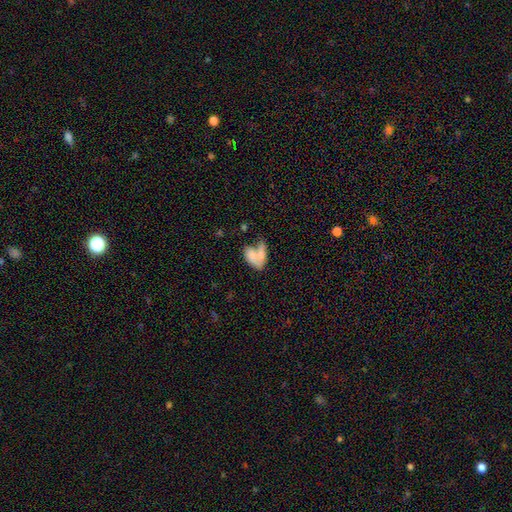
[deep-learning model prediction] smooth_or_featured: smooth (p=0.70) [alt: featured or disk p=0.22]
how_rounded: in between (p=0.86) [alt: round p=0.09]
merging: merger (p=0.60) [alt: none p=0.21]